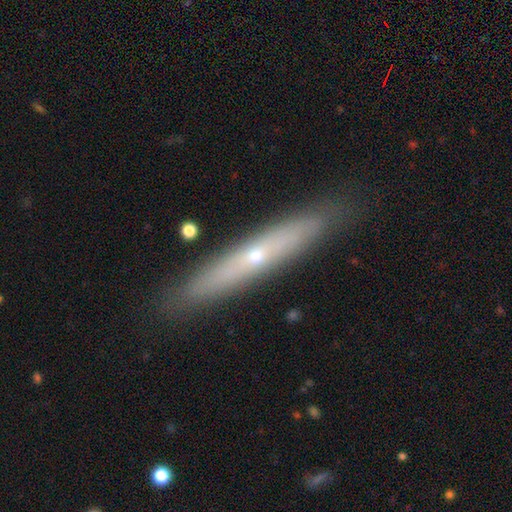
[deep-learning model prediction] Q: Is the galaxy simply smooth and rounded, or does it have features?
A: featured or disk — 59%.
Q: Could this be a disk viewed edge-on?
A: yes — 79%.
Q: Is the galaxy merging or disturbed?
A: none — 88%.